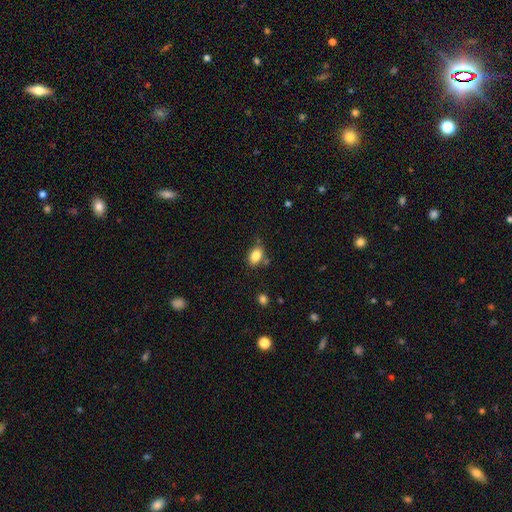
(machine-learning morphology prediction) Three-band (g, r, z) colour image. It shows a smooth galaxy with no disk features (83%) that is in between round and cigar-shaped (81%). Merging: none (74%).